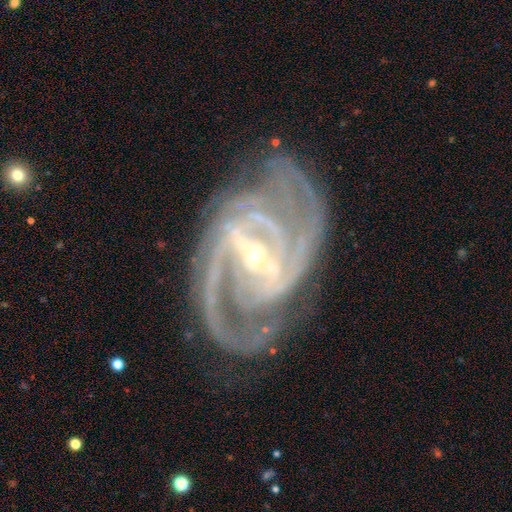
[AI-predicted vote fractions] featured or disk 92%, star or artifact 5%, smooth 3%. Down the decision tree: edge-on disk — no (97%); bar — strong (60%); spiral arms — yes (98%); spiral arm count — 2 (38%); spiral winding — medium (45%); bulge size — small (73%); merging — none (68%).